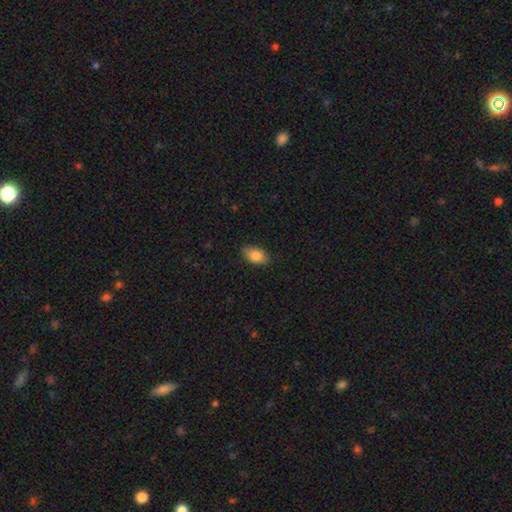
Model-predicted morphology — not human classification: A smooth galaxy with no disk features (85%) that is in between round and cigar-shaped (90%). Merging: none (84%).